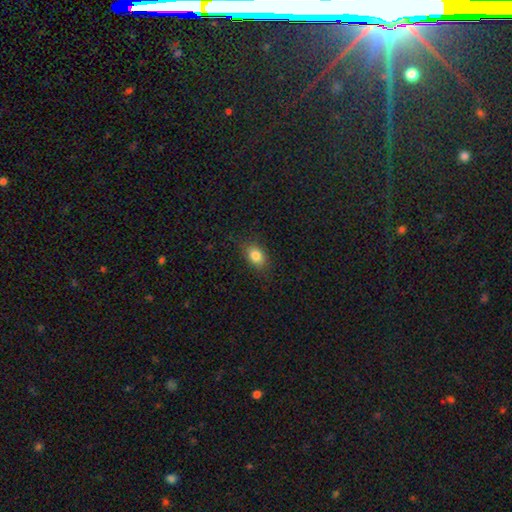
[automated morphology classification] Smooth or featured?
  - smooth: 83% *
  - star or artifact: 10%
  - featured or disk: 7%
How rounded?
  - in between: 76% *
  - round: 21%
  - cigar-shaped: 2%
Merging?
  - none: 83% *
  - minor disturbance: 13%
  - major disturbance: 3%
  - merger: 1%